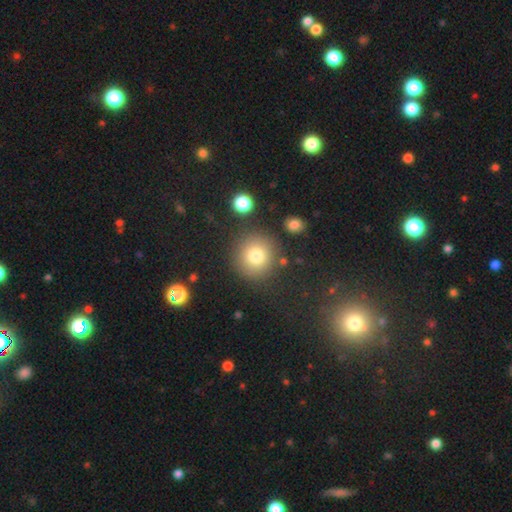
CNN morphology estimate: Overall: smooth (79%). How rounded: round (92%). Merging: none (83%).